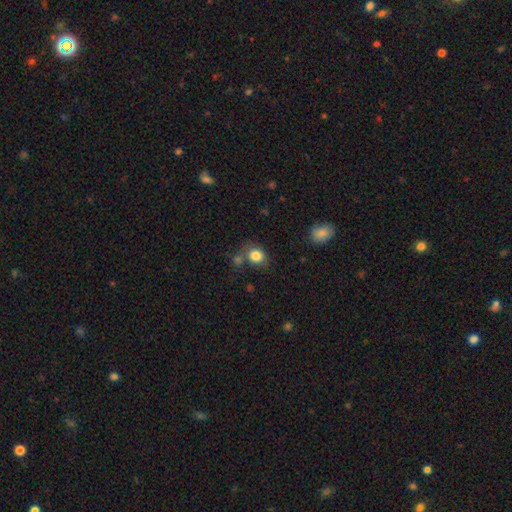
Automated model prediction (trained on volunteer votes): Morphology: type=smooth (83%); roundness=round (68%); merging=none (59%).